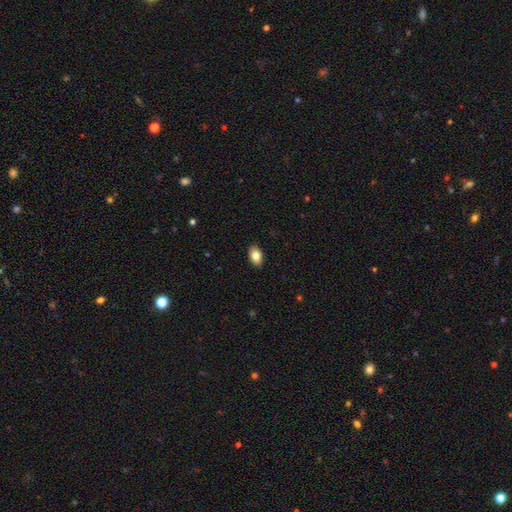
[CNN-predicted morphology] Q: Smooth or featured?
A: smooth (82%); runner-up: featured or disk (11%)
Q: How rounded?
A: in between (90%); runner-up: round (8%)
Q: Merging?
A: none (90%); runner-up: minor disturbance (7%)